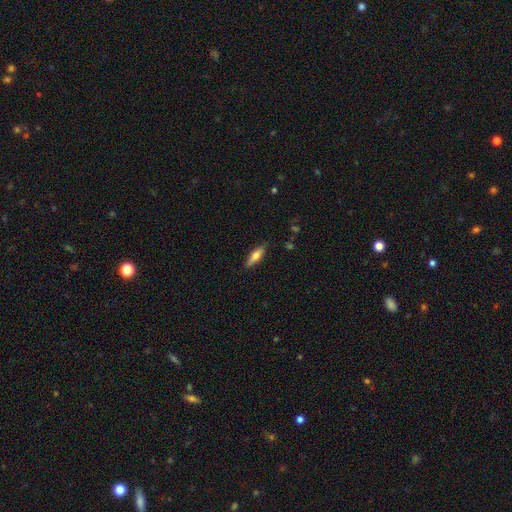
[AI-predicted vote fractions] A smooth galaxy with no disk features (64%) that is cigar-shaped (54%).

Vote fractions:
- Smooth or featured? smooth: 64% / featured or disk: 30% / star or artifact: 6%
- How rounded? cigar-shaped: 54% / in between: 44% / round: 2%
- Merging? none: 83% / minor disturbance: 13% / major disturbance: 2% / merger: 1%